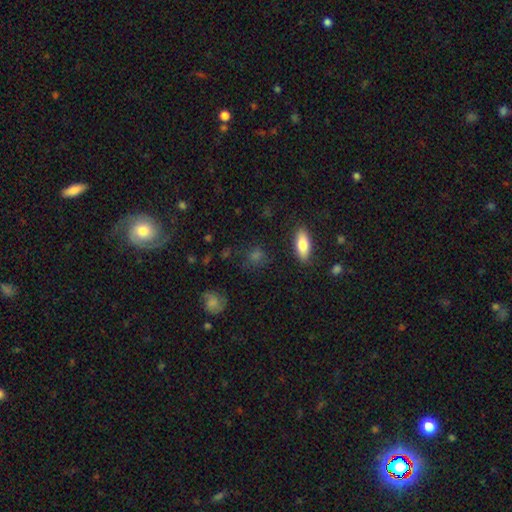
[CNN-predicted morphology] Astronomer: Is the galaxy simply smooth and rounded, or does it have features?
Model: smooth — 64%.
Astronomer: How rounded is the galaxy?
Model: in between — 52% (runner-up: round, 30%).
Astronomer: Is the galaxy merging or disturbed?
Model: none — 82%.